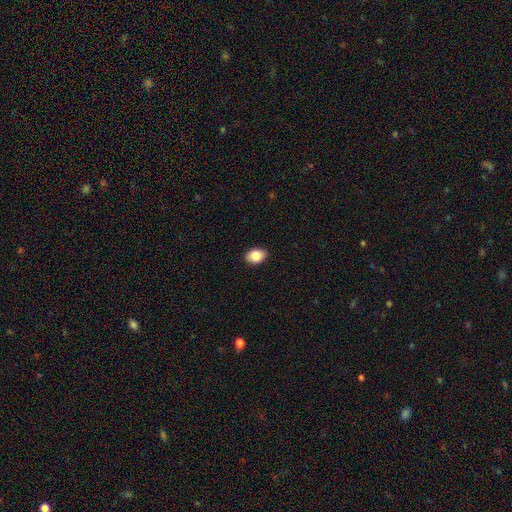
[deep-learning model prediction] Q: Smooth or featured?
A: smooth (85%); runner-up: star or artifact (8%)
Q: How rounded?
A: in between (80%); runner-up: round (19%)
Q: Merging?
A: none (89%); runner-up: minor disturbance (8%)